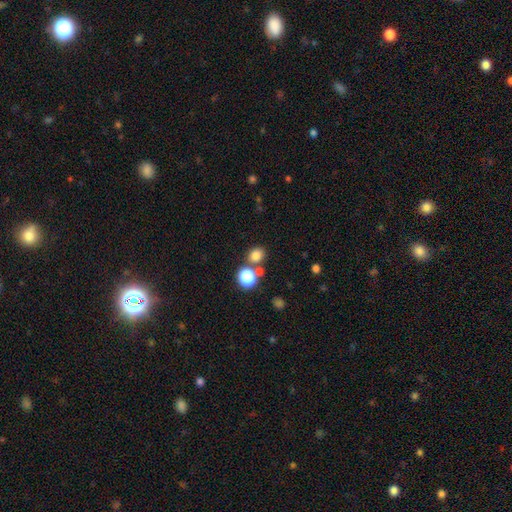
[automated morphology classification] A smooth galaxy with no disk features (77%) that is round (74%). Merging: none (70%).